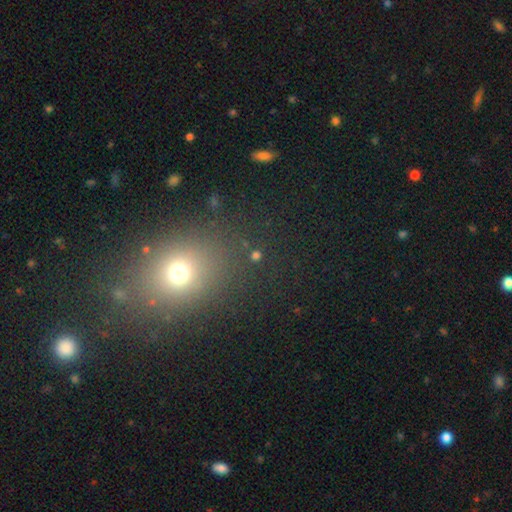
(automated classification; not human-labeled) smooth 53%, star or artifact 37%, featured or disk 10%. Down the decision tree: how rounded — round (77%); merging — none (79%).